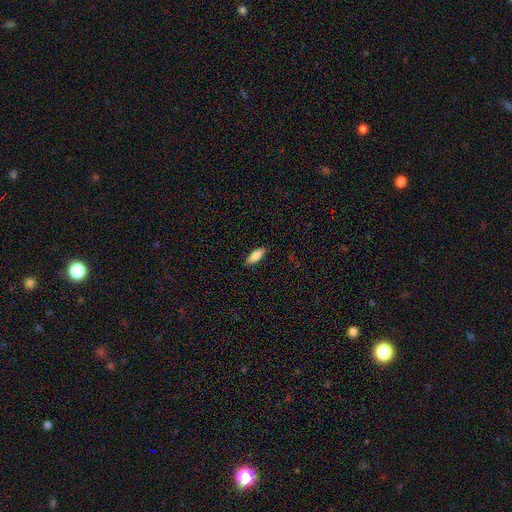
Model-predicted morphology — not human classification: smooth_or_featured: smooth (p=0.83) [alt: featured or disk p=0.11]
how_rounded: in between (p=0.70) [alt: cigar-shaped p=0.28]
merging: none (p=0.87) [alt: minor disturbance p=0.10]